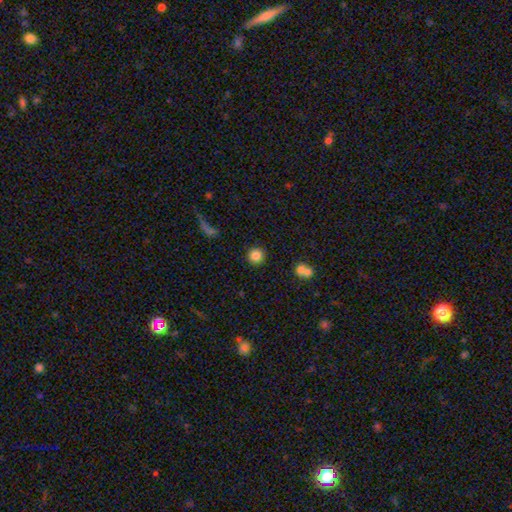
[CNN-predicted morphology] The model was most divided on "smooth or featured": smooth: 84%, star or artifact: 10%, featured or disk: 6%. More confident: how rounded — round (94%); merging — none (89%).